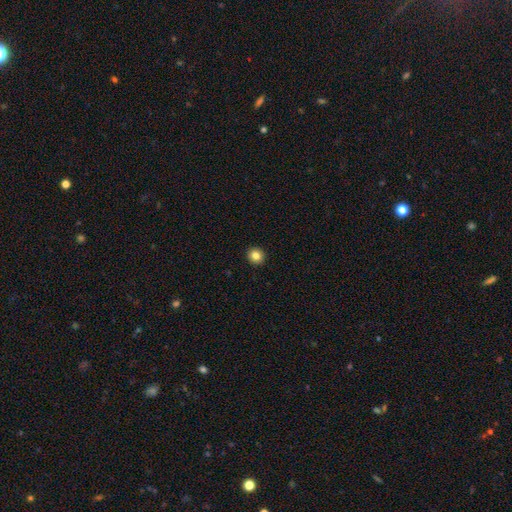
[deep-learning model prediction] Smooth or featured? smooth (83%)
How rounded? round (92%)
Merging? none (94%)